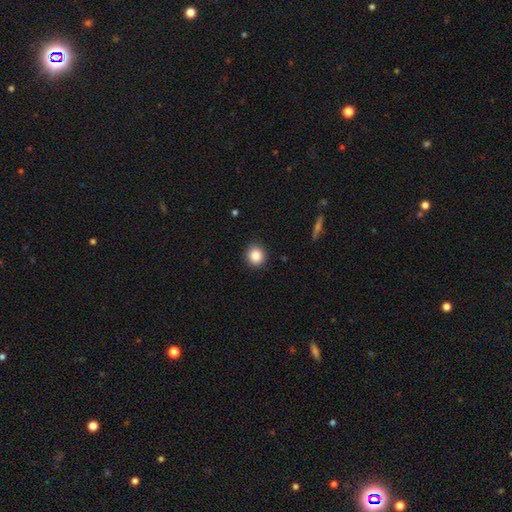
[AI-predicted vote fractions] Overall: smooth (86%). How rounded: round (91%). Merging: none (91%).